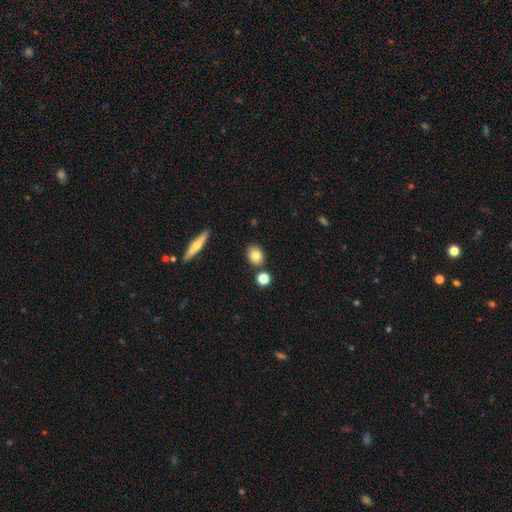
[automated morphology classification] A smooth galaxy with no disk features (78%) that is in between round and cigar-shaped (51%).

Vote fractions:
- Smooth or featured? smooth: 78% / featured or disk: 12% / star or artifact: 9%
- How rounded? in between: 51% / round: 46% / cigar-shaped: 3%
- Merging? none: 81% / minor disturbance: 9% / merger: 8% / major disturbance: 2%